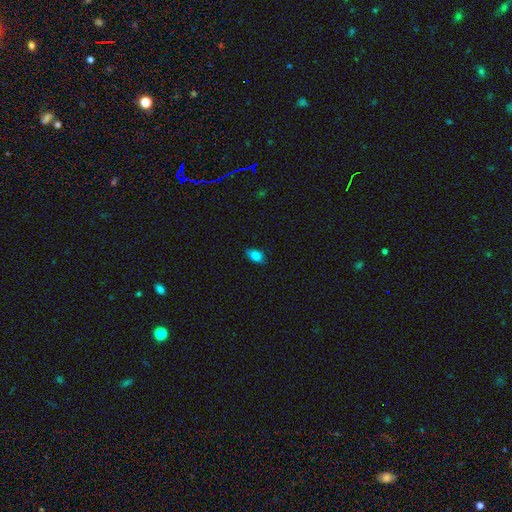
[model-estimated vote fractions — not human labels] A smooth galaxy with no disk features (84%) that is in between round and cigar-shaped (85%).

Vote fractions:
- Smooth or featured? smooth: 84% / star or artifact: 10% / featured or disk: 6%
- How rounded? in between: 85% / round: 12% / cigar-shaped: 2%
- Merging? none: 76% / minor disturbance: 20% / major disturbance: 3% / merger: 1%